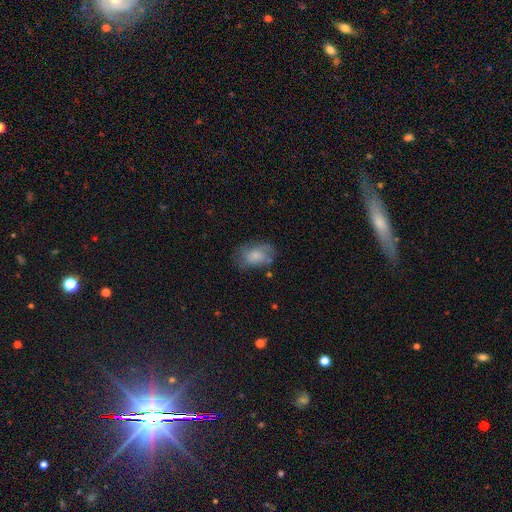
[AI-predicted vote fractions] smooth-or-featured: smooth: 72% | featured or disk: 21% | star or artifact: 8%
  how-rounded: in between: 86% | round: 12% | cigar-shaped: 2%
  merging: none: 56% | minor disturbance: 27% | major disturbance: 12% | merger: 4%